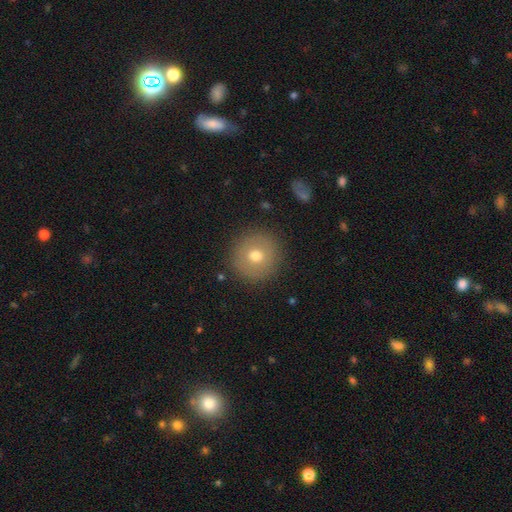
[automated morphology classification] Q: Smooth or featured?
A: smooth (67%); runner-up: featured or disk (22%)
Q: How rounded?
A: round (95%); runner-up: in between (4%)
Q: Merging?
A: none (89%); runner-up: minor disturbance (7%)